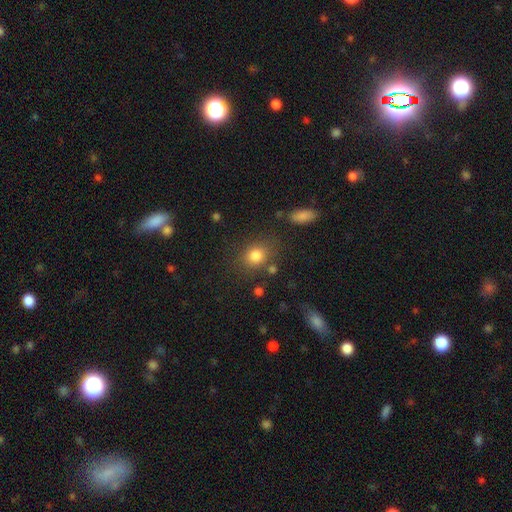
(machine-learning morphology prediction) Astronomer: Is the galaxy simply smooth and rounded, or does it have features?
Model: smooth — 81%.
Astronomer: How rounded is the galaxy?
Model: round — 60% (runner-up: in between, 38%).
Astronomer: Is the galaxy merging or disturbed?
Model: none — 74%.